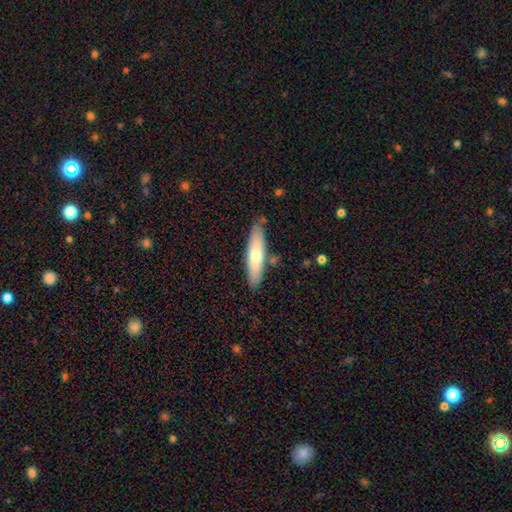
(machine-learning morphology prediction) The model was most divided on "smooth or featured": smooth: 60%, featured or disk: 34%, star or artifact: 5%. More confident: merging — none (81%); how rounded — cigar-shaped (72%).